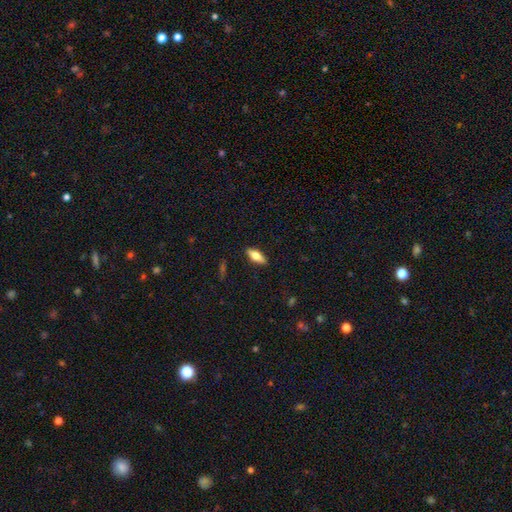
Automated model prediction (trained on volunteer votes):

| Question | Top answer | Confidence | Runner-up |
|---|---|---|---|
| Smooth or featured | smooth | 65% | featured or disk (29%) |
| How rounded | in between | 68% | cigar-shaped (29%) |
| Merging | none | 89% | minor disturbance (8%) |